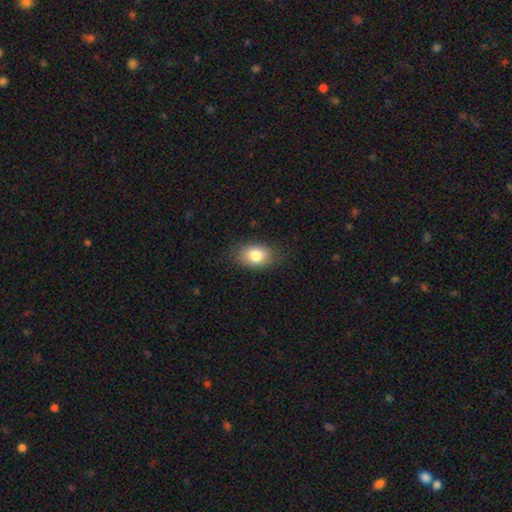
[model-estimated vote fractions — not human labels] Smooth or featured? Predicted: smooth (p=0.81). How rounded? Predicted: in between (p=0.83). Merging? Predicted: none (p=0.79).